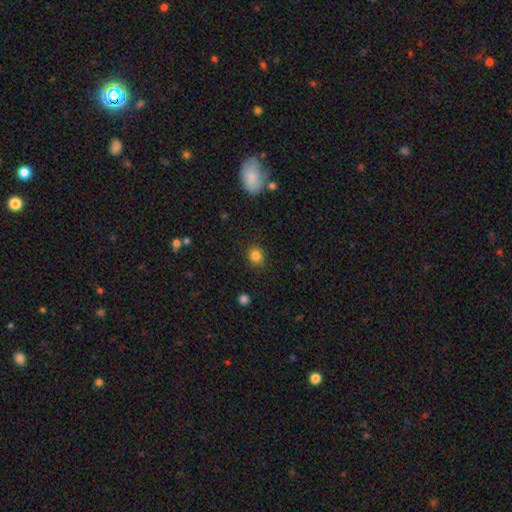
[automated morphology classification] Smooth or featured: smooth — 83% (star or artifact — 11%)
How rounded: round — 75% (in between — 24%)
Merging: none — 88% (minor disturbance — 8%)